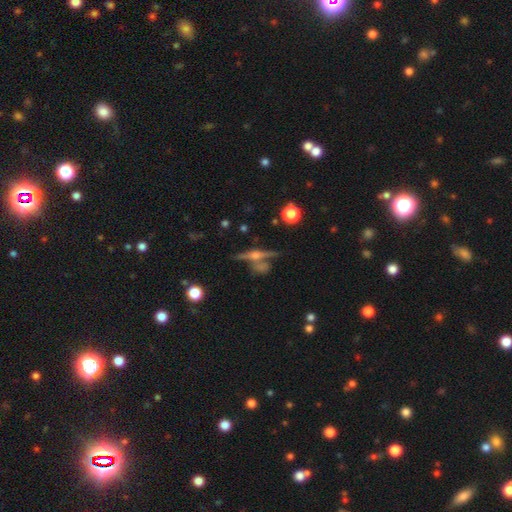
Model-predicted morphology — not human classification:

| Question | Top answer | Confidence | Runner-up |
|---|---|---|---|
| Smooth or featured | featured or disk | 71% | smooth (18%) |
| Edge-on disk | yes | 94% | no (6%) |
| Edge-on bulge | rounded | 85% | boxy (8%) |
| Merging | none | 68% | merger (16%) |